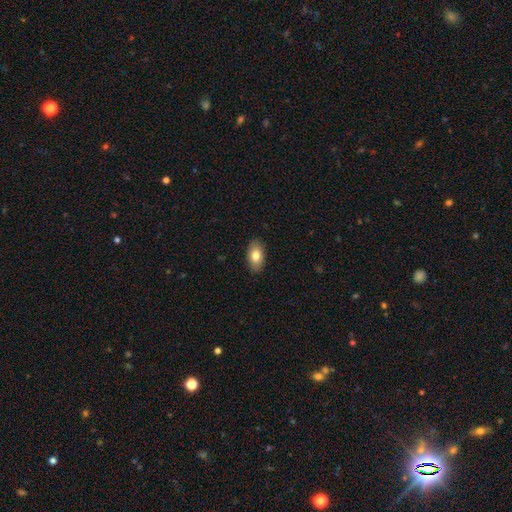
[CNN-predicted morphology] smooth-or-featured: smooth: 79% | featured or disk: 14% | star or artifact: 7%
  how-rounded: in between: 92% | round: 5% | cigar-shaped: 3%
  merging: none: 89% | minor disturbance: 8% | major disturbance: 2% | merger: 1%